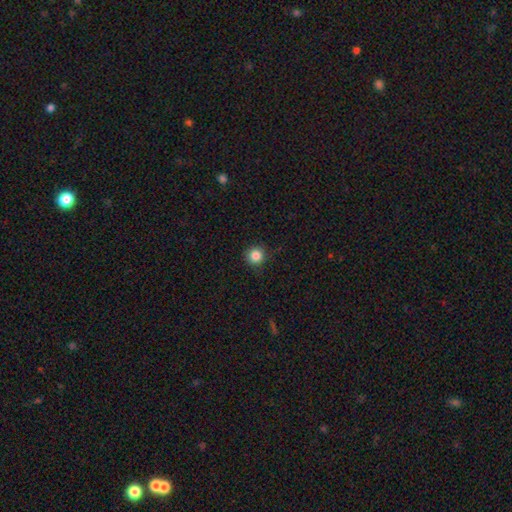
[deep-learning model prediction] Smooth or featured? smooth (85%)
How rounded? round (95%)
Merging? none (89%)